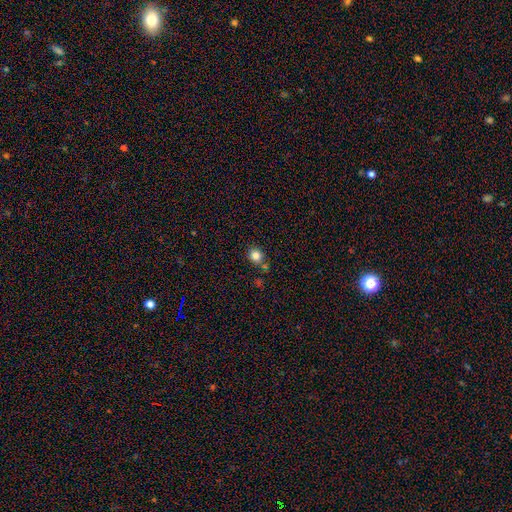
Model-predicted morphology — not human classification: smooth_or_featured: smooth (p=0.82) [alt: star or artifact p=0.12]
how_rounded: round (p=0.79) [alt: in between p=0.20]
merging: none (p=0.75) [alt: minor disturbance p=0.12]